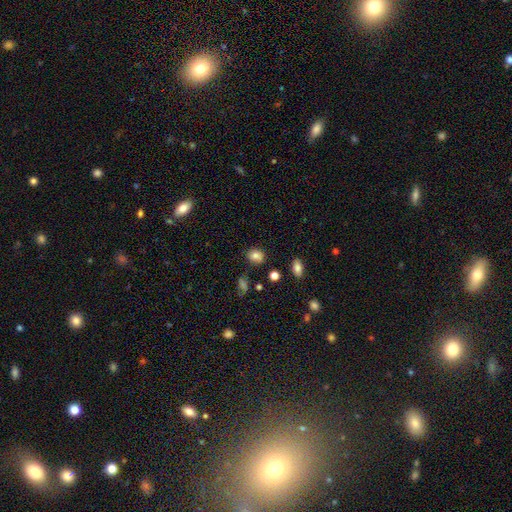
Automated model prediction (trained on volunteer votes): Morphology: type=smooth (81%); roundness=round (56%); merging=none (81%).